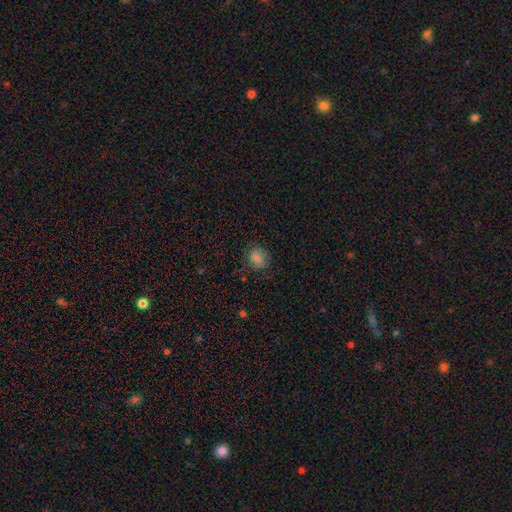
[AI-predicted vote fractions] Smooth or featured?
  - smooth: 68% *
  - star or artifact: 17%
  - featured or disk: 15%
How rounded?
  - round: 65% *
  - in between: 34%
  - cigar-shaped: 1%
Merging?
  - none: 74% *
  - minor disturbance: 18%
  - major disturbance: 7%
  - merger: 1%